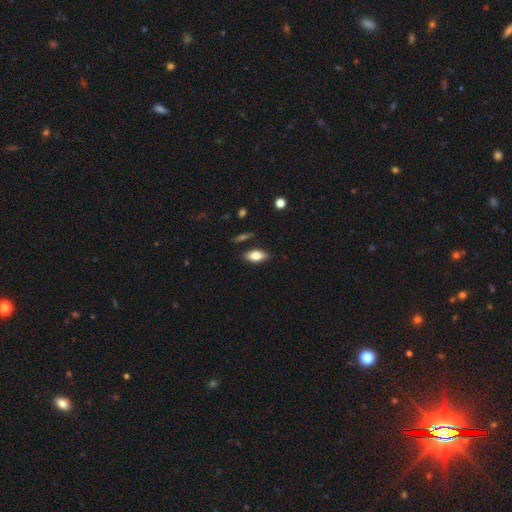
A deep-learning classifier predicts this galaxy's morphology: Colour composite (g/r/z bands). It shows a smooth galaxy with no disk features (74%) that is in between round and cigar-shaped (86%). Merging: none (83%).